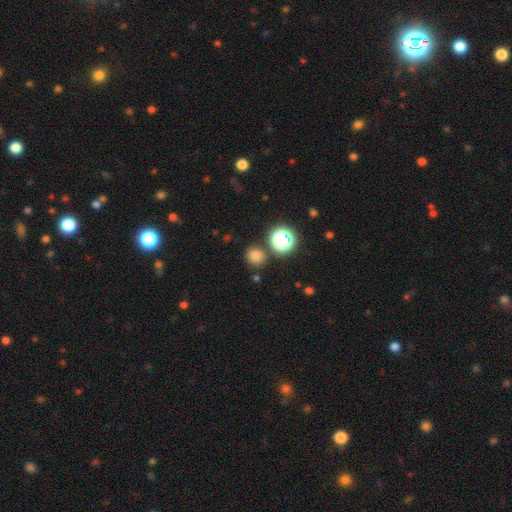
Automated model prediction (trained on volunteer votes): smooth_or_featured: smooth (p=0.74) [alt: star or artifact p=0.20]
how_rounded: round (p=0.88) [alt: in between p=0.11]
merging: none (p=0.82) [alt: minor disturbance p=0.08]